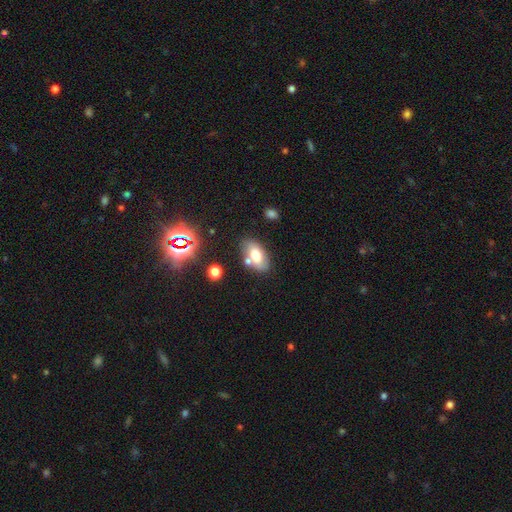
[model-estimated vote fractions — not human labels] Smooth or featured: smooth — 69% (featured or disk — 20%)
How rounded: in between — 91% (round — 6%)
Merging: none — 65% (merger — 16%)